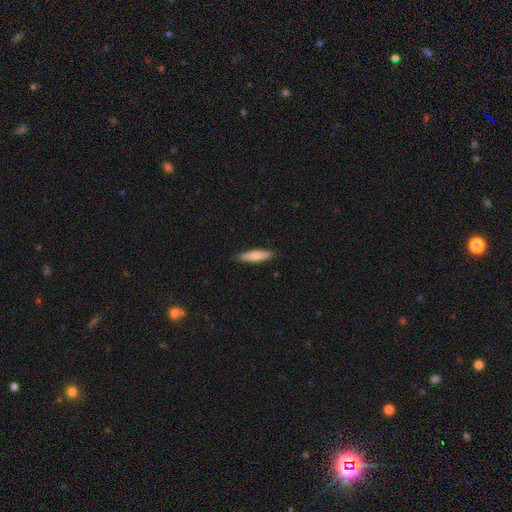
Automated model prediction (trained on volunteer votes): The model was most divided on "how rounded": cigar-shaped: 75%, in between: 24%, round: 2%. More confident: merging — none (88%); smooth or featured — smooth (74%).